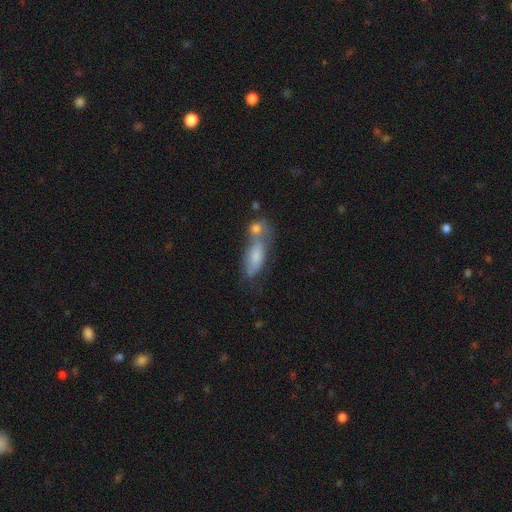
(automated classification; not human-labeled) A smooth galaxy with no disk features (67%) that is in between round and cigar-shaped (72%). Merging: merger (53%).